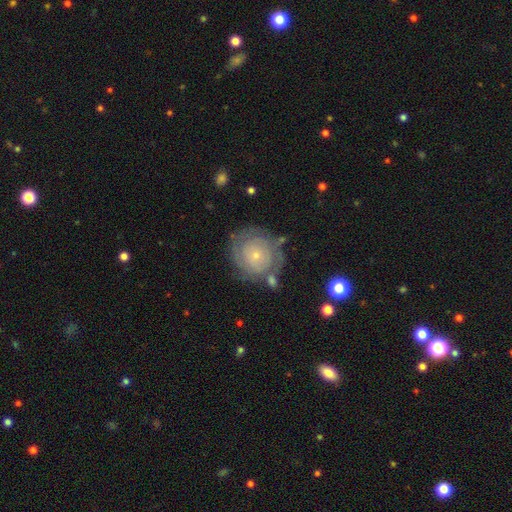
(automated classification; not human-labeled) Smooth or featured?
  - featured or disk: 65% *
  - smooth: 27%
  - star or artifact: 7%
Edge-on disk?
  - no: 97% *
  - yes: 3%
Bar?
  - no: 85% *
  - weak: 13%
  - strong: 3%
Spiral arms?
  - yes: 80% *
  - no: 20%
Spiral winding?
  - tight: 78% *
  - medium: 16%
  - loose: 6%
Spiral arm count?
  - can't tell: 48% *
  - 2: 24%
  - 3: 12%
  - 4: 6%
  - 1: 6%
  - more than 4: 4%
Bulge size?
  - small: 80% *
  - moderate: 15%
  - none: 2%
  - large: 2%
  - dominant: 1%
Merging?
  - none: 68% *
  - minor disturbance: 18%
  - major disturbance: 9%
  - merger: 5%